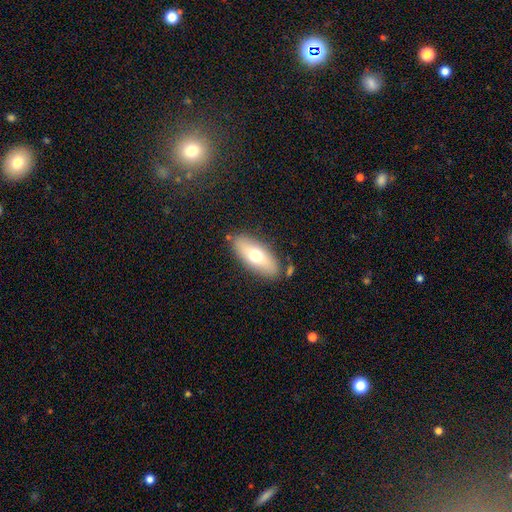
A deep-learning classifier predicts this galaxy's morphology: This appears to be a smooth galaxy with no disk features (64%) that is in between round and cigar-shaped (81%). Merging: none (81%).